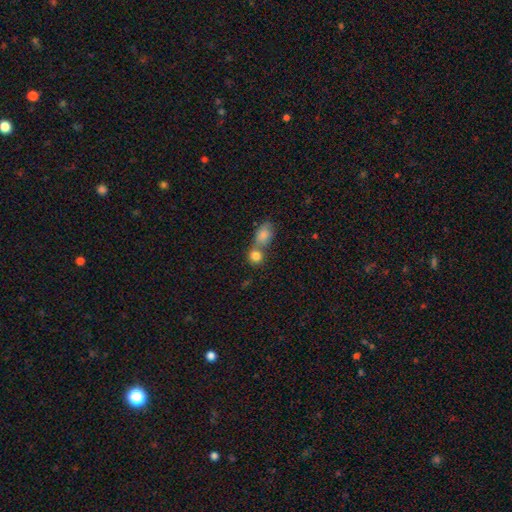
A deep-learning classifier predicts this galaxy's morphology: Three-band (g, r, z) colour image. It shows a smooth galaxy with no disk features (83%) that is round (75%). Merging: merger (47%).